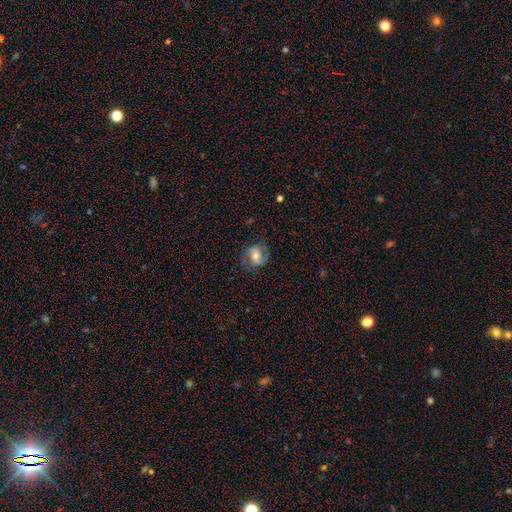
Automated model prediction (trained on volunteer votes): The model was most divided on "bar": no: 40%, weak: 38%, strong: 22%. More confident: edge-on disk — no (96%); spiral arms — yes (84%); merging — none (73%); bulge size — moderate (63%); smooth or featured — featured or disk (54%).